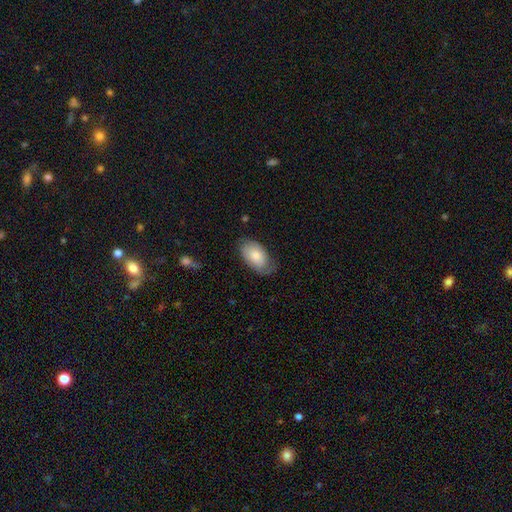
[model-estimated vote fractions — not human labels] Smooth or featured?
  - smooth: 70% *
  - featured or disk: 24%
  - star or artifact: 6%
How rounded?
  - in between: 94% *
  - round: 5%
  - cigar-shaped: 1%
Merging?
  - none: 60% *
  - minor disturbance: 29%
  - major disturbance: 10%
  - merger: 1%